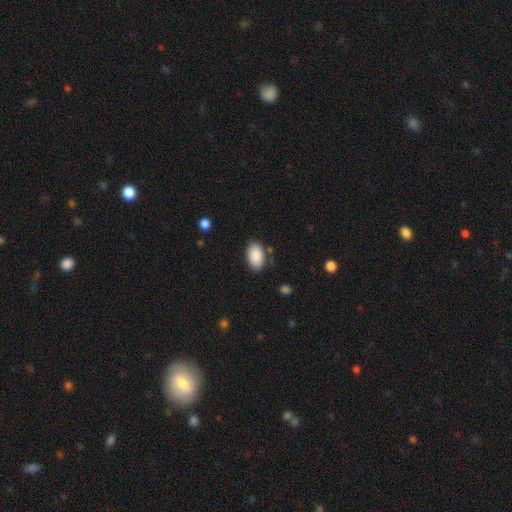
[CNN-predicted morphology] smooth_or_featured: smooth (p=0.90) [alt: star or artifact p=0.07]
how_rounded: in between (p=0.93) [alt: round p=0.05]
merging: none (p=0.82) [alt: minor disturbance p=0.12]